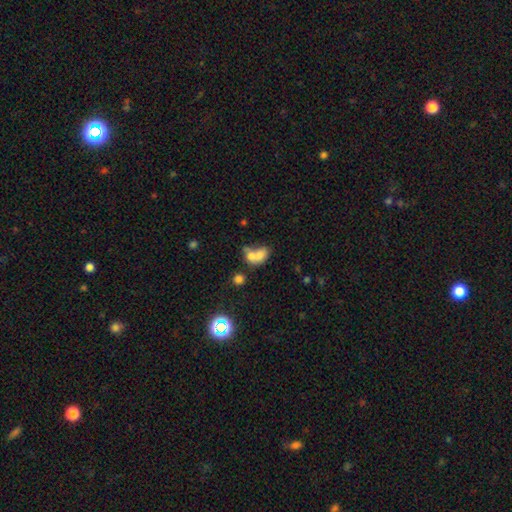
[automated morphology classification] The model was most divided on "how rounded": in between: 68%, round: 30%, cigar-shaped: 2%. More confident: smooth or featured — smooth (68%); merging — merger (68%).